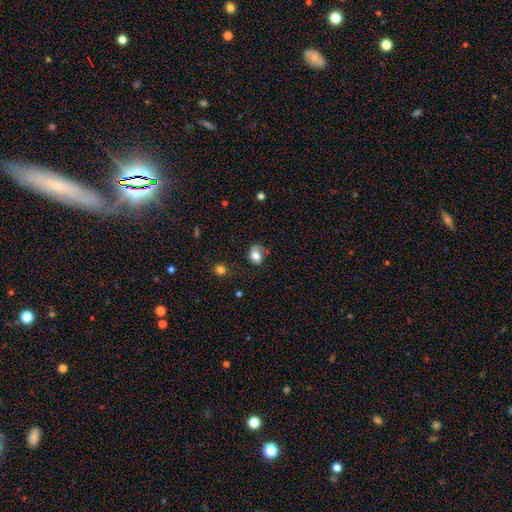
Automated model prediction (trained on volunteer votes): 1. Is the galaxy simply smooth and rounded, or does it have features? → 67% smooth, 24% featured or disk, 9% star or artifact.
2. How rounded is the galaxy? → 63% in between, 36% round, 1% cigar-shaped.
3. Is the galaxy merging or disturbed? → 42% none, 29% minor disturbance, 25% major disturbance, 4% merger.